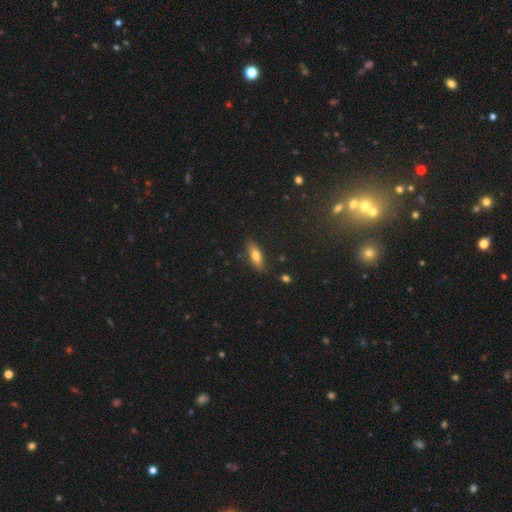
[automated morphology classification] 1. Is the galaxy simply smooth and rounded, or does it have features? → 68% smooth, 24% featured or disk, 8% star or artifact.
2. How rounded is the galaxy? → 58% in between, 39% cigar-shaped, 3% round.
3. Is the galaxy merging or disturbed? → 83% none, 13% minor disturbance, 3% major disturbance, 2% merger.